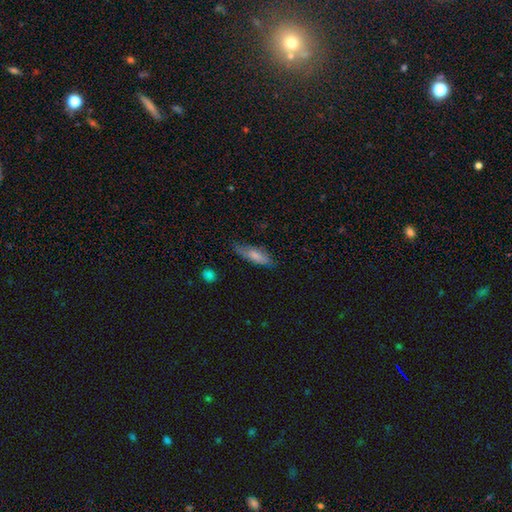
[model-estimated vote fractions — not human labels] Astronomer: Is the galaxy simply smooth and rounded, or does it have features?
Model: smooth — 73%.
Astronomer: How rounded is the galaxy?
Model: in between — 54% (runner-up: cigar-shaped, 44%).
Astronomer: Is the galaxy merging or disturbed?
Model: none — 64%.